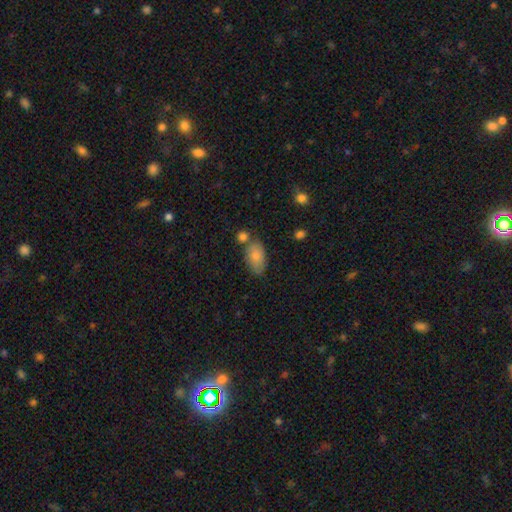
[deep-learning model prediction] Smooth or featured?
  - smooth: 78% *
  - featured or disk: 15%
  - star or artifact: 7%
How rounded?
  - in between: 92% *
  - round: 6%
  - cigar-shaped: 2%
Merging?
  - none: 58% *
  - minor disturbance: 22%
  - merger: 14%
  - major disturbance: 6%